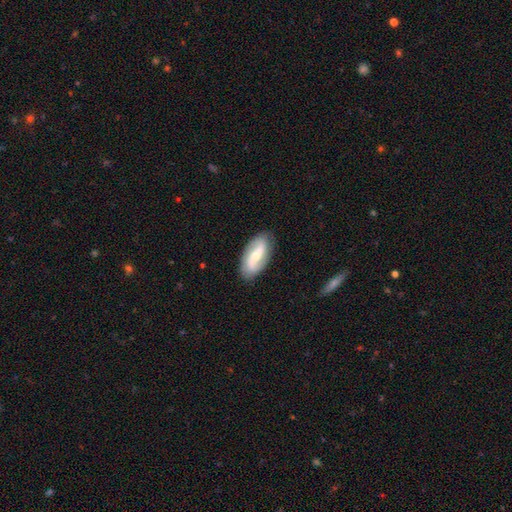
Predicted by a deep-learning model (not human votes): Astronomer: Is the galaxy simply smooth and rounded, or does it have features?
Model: featured or disk — 70%.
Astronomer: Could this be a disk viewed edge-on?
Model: no — 94%.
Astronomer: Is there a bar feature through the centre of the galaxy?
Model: weak — 42% (runner-up: no, 33%).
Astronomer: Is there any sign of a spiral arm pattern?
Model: yes — 90%.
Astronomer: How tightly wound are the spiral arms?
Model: loose — 56%.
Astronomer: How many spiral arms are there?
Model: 2 — 90%.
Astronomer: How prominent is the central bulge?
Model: small — 49% (runner-up: moderate, 46%).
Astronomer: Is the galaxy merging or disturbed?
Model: none — 86%.